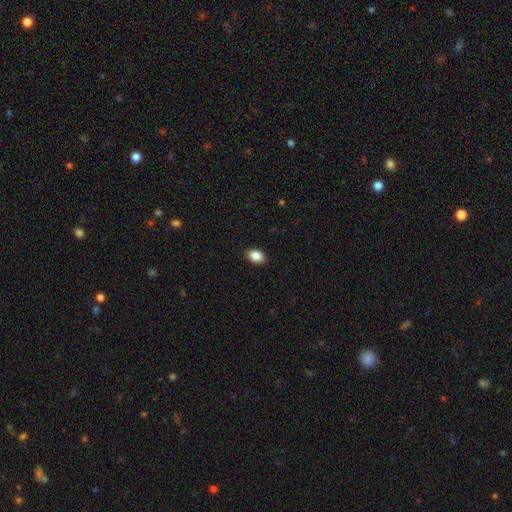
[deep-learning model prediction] A smooth galaxy with no disk features (88%) that is in between round and cigar-shaped (85%). Merging: none (90%).